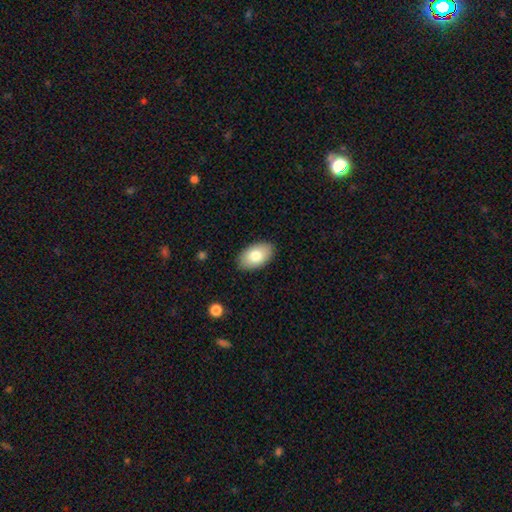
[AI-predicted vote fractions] A smooth galaxy with no disk features (80%) that is in between round and cigar-shaped (93%).

Vote fractions:
- Smooth or featured? smooth: 80% / featured or disk: 14% / star or artifact: 7%
- How rounded? in between: 93% / round: 6% / cigar-shaped: 1%
- Merging? none: 87% / minor disturbance: 10% / major disturbance: 2% / merger: 1%